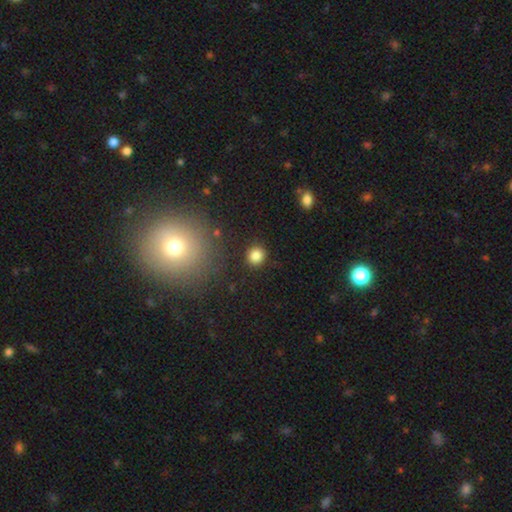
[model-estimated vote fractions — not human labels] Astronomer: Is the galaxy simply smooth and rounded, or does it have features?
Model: smooth — 84%.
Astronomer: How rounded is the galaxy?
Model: round — 88%.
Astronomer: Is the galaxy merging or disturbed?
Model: none — 89%.